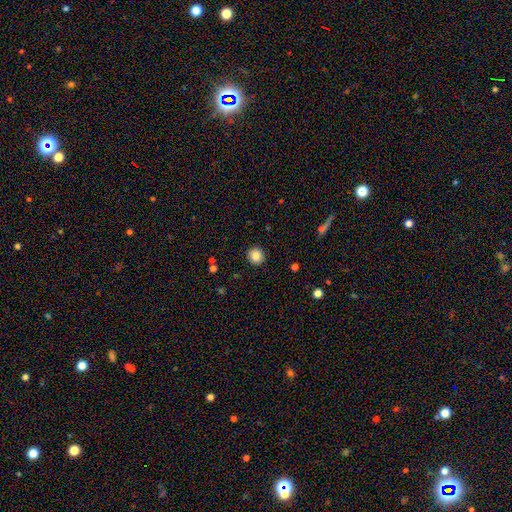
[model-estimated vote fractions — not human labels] Smooth or featured? smooth (86%)
How rounded? round (89%)
Merging? none (91%)